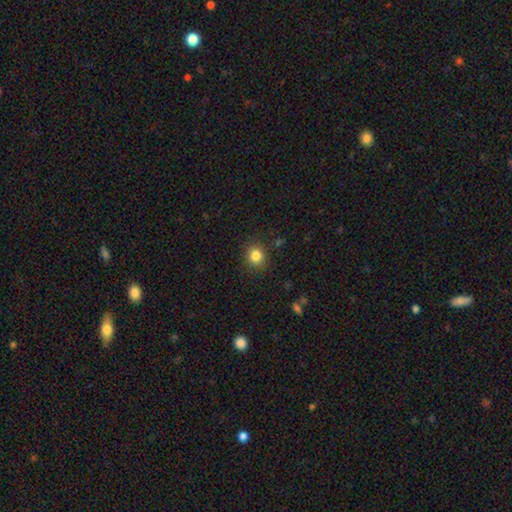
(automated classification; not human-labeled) smooth_or_featured: smooth (p=0.84) [alt: star or artifact p=0.11]
how_rounded: round (p=0.81) [alt: in between p=0.18]
merging: none (p=0.87) [alt: minor disturbance p=0.08]